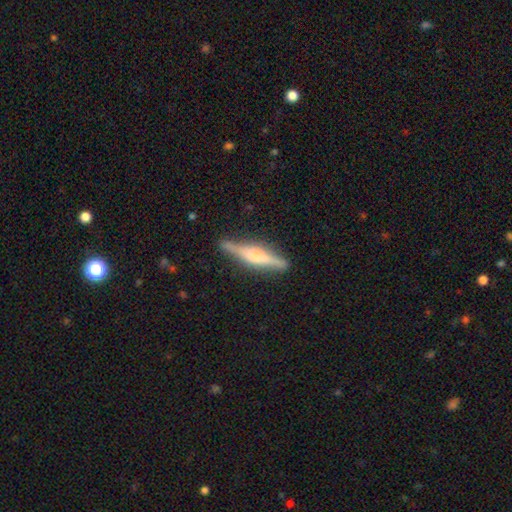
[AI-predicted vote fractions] Overall: featured or disk (67%). Edge-on disk: yes (97%). Edge-on bulge: rounded (69%). Merging: none (87%).